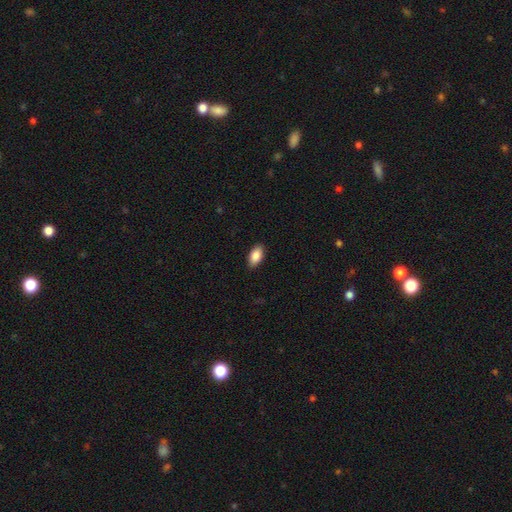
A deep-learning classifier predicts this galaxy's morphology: type=smooth (88%); roundness=in between (93%); merging=none (88%).